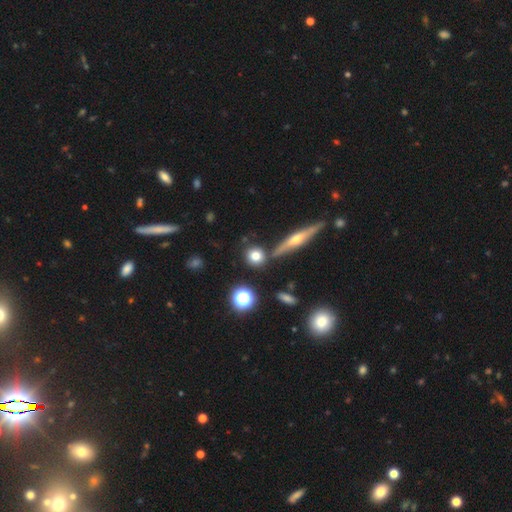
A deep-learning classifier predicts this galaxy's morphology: Smooth or featured? smooth (74%)
How rounded? round (85%)
Merging? none (78%)